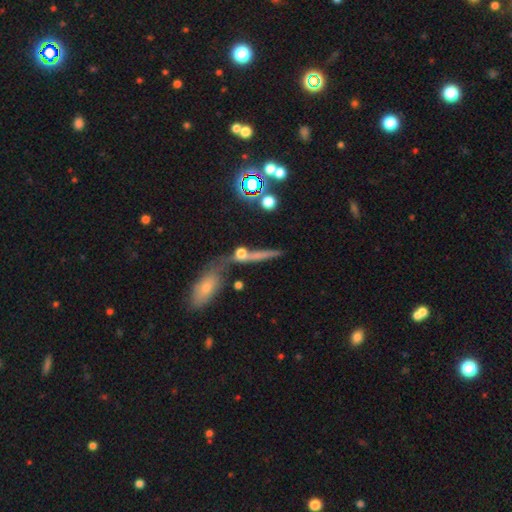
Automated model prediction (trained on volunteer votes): A featured or disk galaxy (41%). Merging: none (47%).